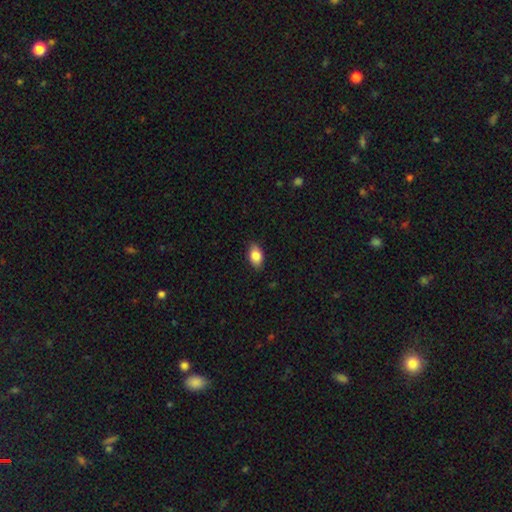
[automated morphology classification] Overall: smooth (83%). How rounded: in between (88%). Merging: none (85%).